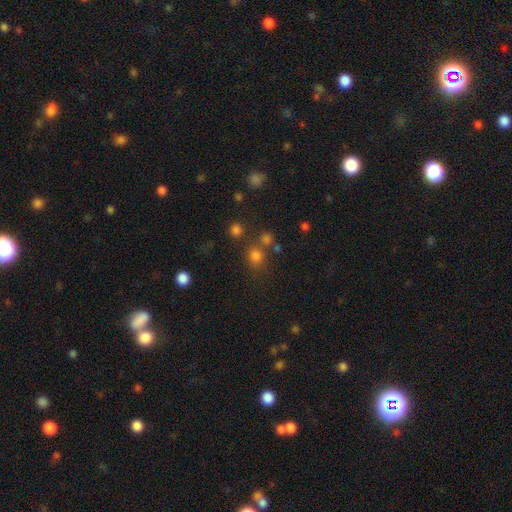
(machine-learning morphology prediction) Smooth or featured?
  - smooth: 73% *
  - star or artifact: 21%
  - featured or disk: 6%
How rounded?
  - round: 78% *
  - in between: 21%
  - cigar-shaped: 1%
Merging?
  - none: 68% *
  - merger: 16%
  - minor disturbance: 11%
  - major disturbance: 5%